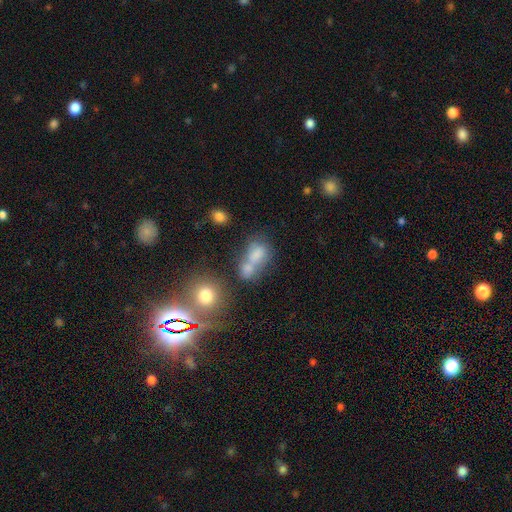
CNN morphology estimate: Q: Smooth or featured?
A: smooth (70%); runner-up: featured or disk (15%)
Q: How rounded?
A: in between (65%); runner-up: round (31%)
Q: Merging?
A: merger (56%); runner-up: none (27%)